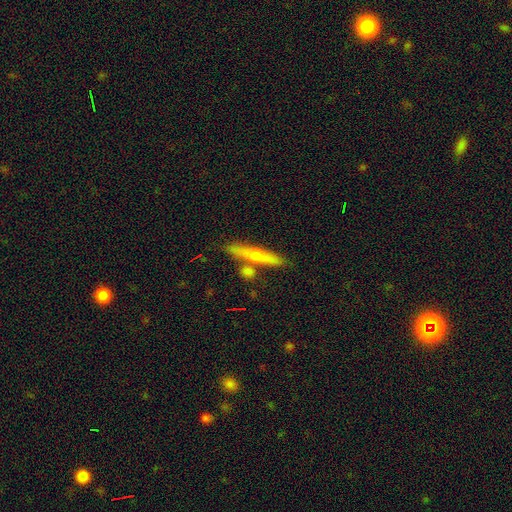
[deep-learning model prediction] smooth-or-featured: featured or disk: 50% | smooth: 43% | star or artifact: 7%
  disk-edge-on: yes: 93% | no: 7%
  merging: none: 76% | merger: 12% | minor disturbance: 10% | major disturbance: 2%